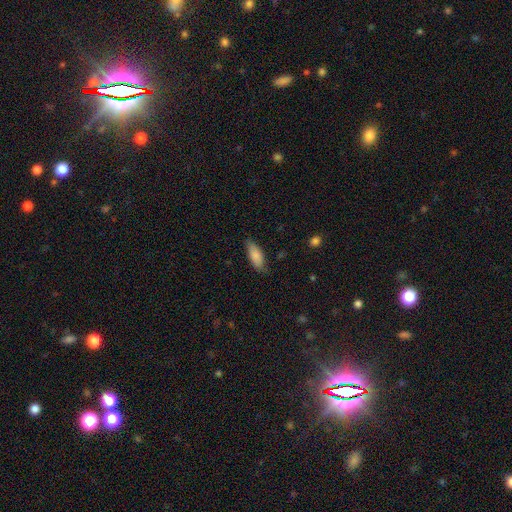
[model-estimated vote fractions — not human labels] Smooth or featured? Predicted: smooth (p=0.84). How rounded? Predicted: in between (p=0.75). Merging? Predicted: none (p=0.76).